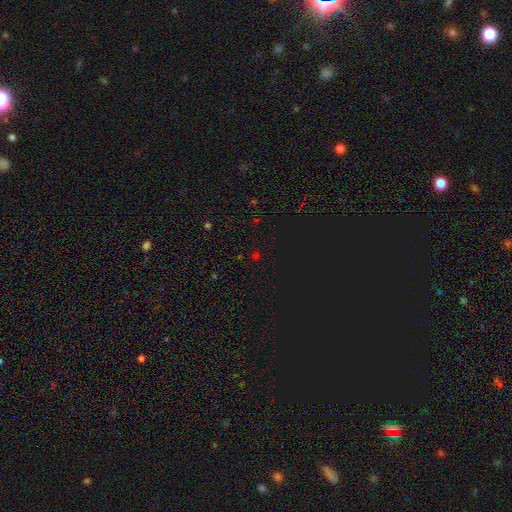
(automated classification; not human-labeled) This is likely a star or artifact rather than a galaxy (61%).